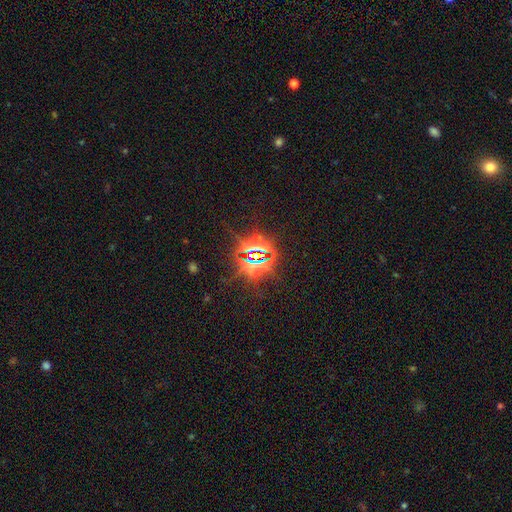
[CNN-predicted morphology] This appears to be a star or artifact, not a galaxy (84%).